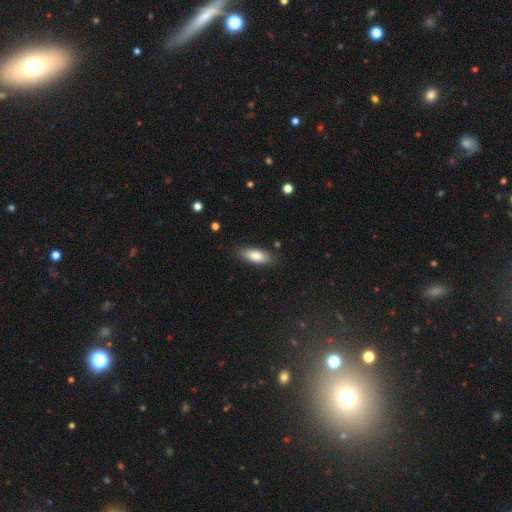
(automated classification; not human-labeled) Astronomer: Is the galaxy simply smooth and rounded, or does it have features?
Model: smooth — 81%.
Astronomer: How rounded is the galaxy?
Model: in between — 76%.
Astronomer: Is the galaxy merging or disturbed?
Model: none — 83%.